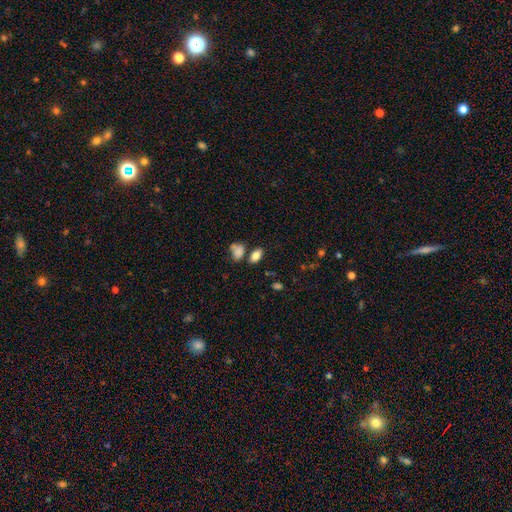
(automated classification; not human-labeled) Q: Smooth or featured?
A: smooth (83%); runner-up: star or artifact (9%)
Q: How rounded?
A: in between (89%); runner-up: round (7%)
Q: Merging?
A: none (69%); runner-up: merger (14%)